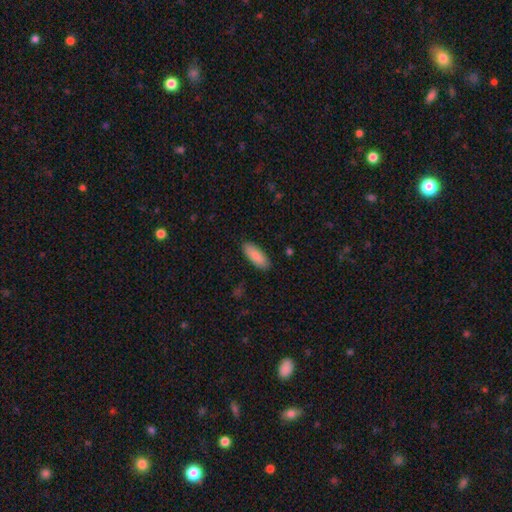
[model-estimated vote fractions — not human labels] A smooth galaxy with no disk features (88%) that is in between round and cigar-shaped (75%). Merging: none (88%).